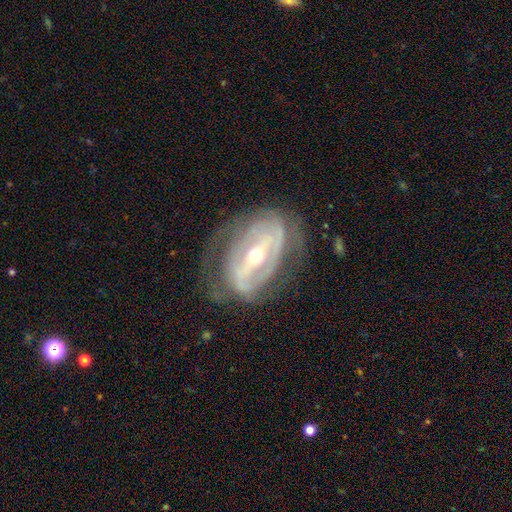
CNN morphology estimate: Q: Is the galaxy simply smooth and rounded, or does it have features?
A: featured or disk — 86%.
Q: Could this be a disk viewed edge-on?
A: no — 93%.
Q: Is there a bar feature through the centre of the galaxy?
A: strong — 60%.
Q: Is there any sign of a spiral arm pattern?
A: yes — 81%.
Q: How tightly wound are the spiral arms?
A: tight — 56%.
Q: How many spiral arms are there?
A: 2 — 50%.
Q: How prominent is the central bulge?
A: moderate — 56%.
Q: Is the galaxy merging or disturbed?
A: none — 66%.